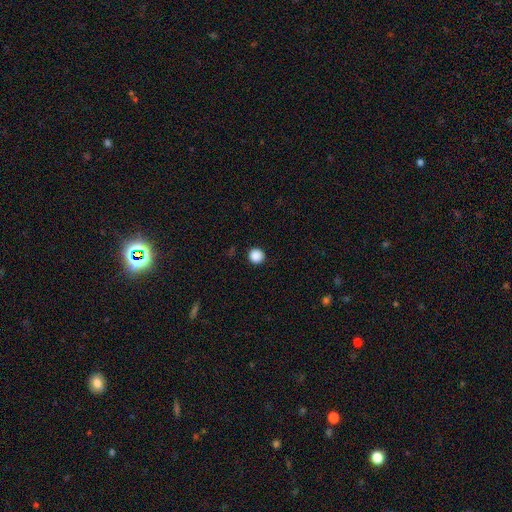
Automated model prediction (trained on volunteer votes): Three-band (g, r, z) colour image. It shows a smooth galaxy with no disk features (88%) that is round (95%). Merging: none (93%).